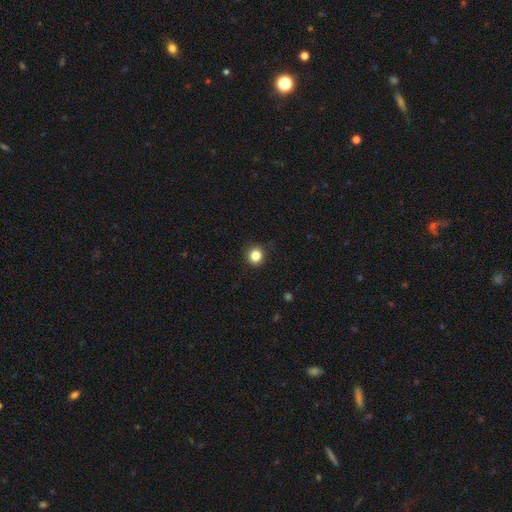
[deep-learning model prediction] This appears to be a smooth galaxy with no disk features (84%) that is round (92%). Merging: none (89%).